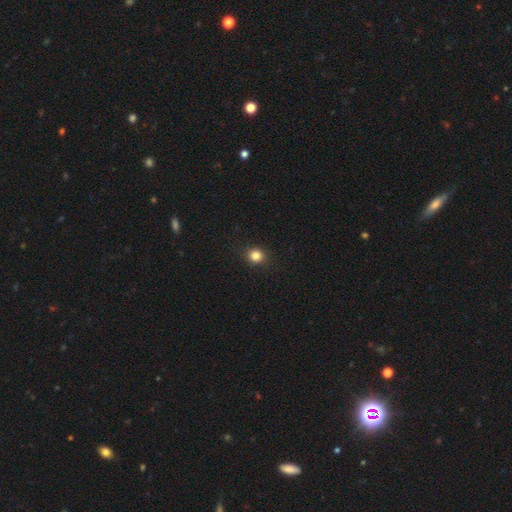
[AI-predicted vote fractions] Smooth or featured?
  - smooth: 84% *
  - star or artifact: 12%
  - featured or disk: 4%
How rounded?
  - round: 88% *
  - in between: 11%
  - cigar-shaped: 1%
Merging?
  - none: 91% *
  - minor disturbance: 6%
  - major disturbance: 2%
  - merger: 1%